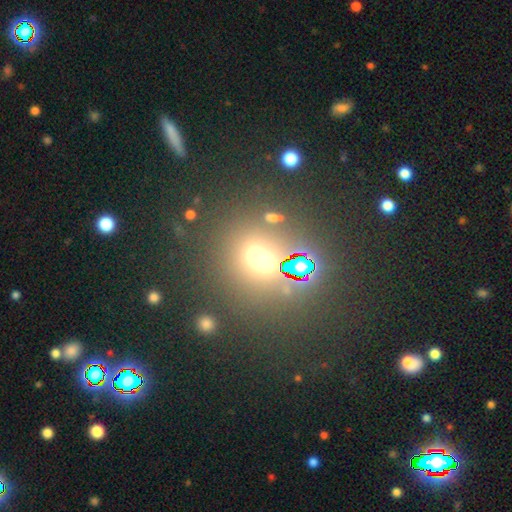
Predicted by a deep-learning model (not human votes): This appears to be a smooth galaxy with no disk features (46%). Merging: none (52%).